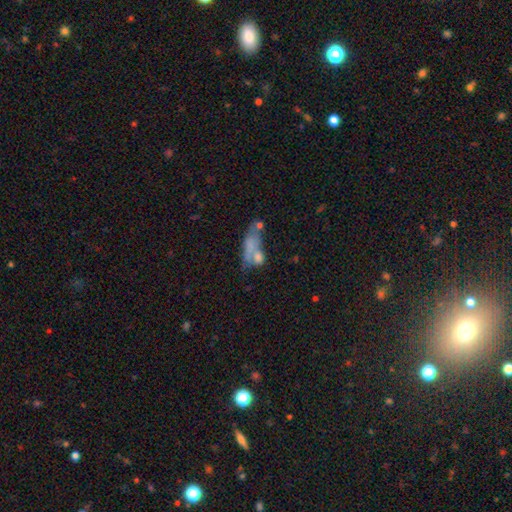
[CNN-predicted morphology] smooth 59%, featured or disk 30%, star or artifact 12%. Down the decision tree: how rounded — in between (73%); merging — merger (40%).